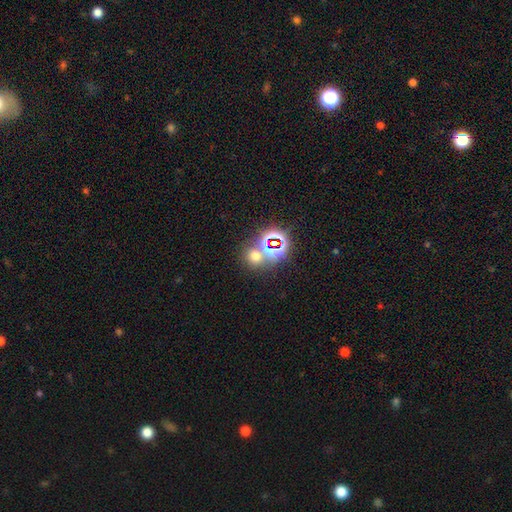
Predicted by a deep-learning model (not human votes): smooth_or_featured: smooth (p=0.52) [alt: star or artifact p=0.39]
how_rounded: round (p=0.81) [alt: in between p=0.18]
merging: none (p=0.64) [alt: merger p=0.25]